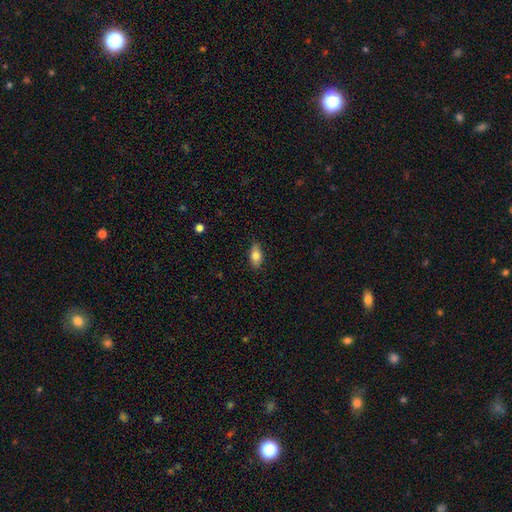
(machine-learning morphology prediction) smooth_or_featured: smooth (p=0.78) [alt: featured or disk p=0.15]
how_rounded: in between (p=0.87) [alt: cigar-shaped p=0.09]
merging: none (p=0.86) [alt: minor disturbance p=0.11]